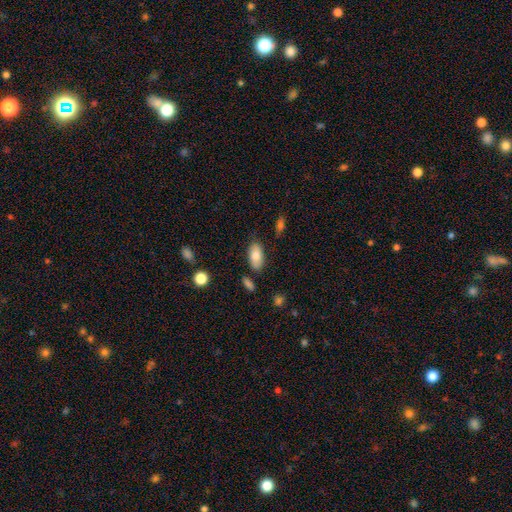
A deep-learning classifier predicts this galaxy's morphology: Q: Smooth or featured?
A: smooth (81%); runner-up: featured or disk (12%)
Q: How rounded?
A: in between (93%); runner-up: cigar-shaped (4%)
Q: Merging?
A: none (80%); runner-up: minor disturbance (13%)